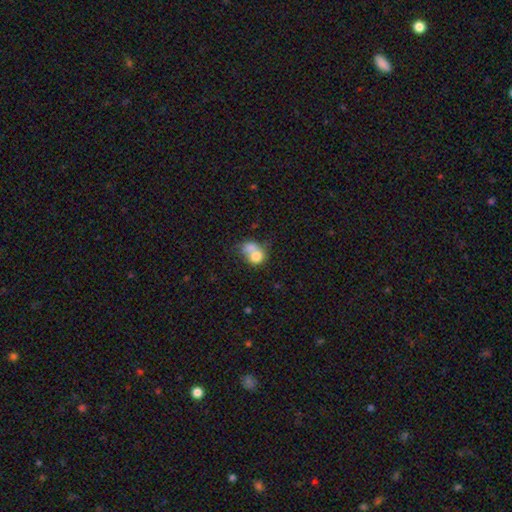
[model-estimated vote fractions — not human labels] Smooth or featured?
  - smooth: 73% *
  - featured or disk: 18%
  - star or artifact: 9%
How rounded?
  - round: 59% *
  - in between: 40%
  - cigar-shaped: 1%
Merging?
  - merger: 64% *
  - none: 20%
  - minor disturbance: 9%
  - major disturbance: 7%